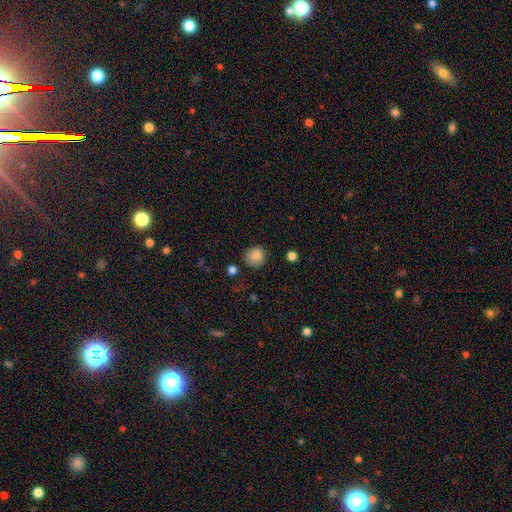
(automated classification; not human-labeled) This appears to be a smooth galaxy with no disk features (87%) that is round (90%). Merging: none (83%).